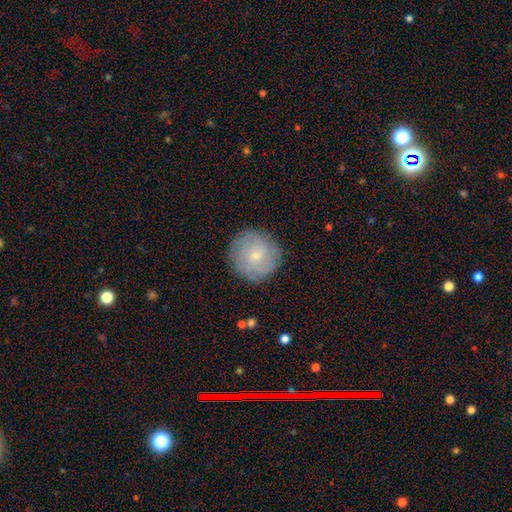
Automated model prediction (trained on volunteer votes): A smooth galaxy with no disk features (53%) that is round (95%). Merging: none (86%).